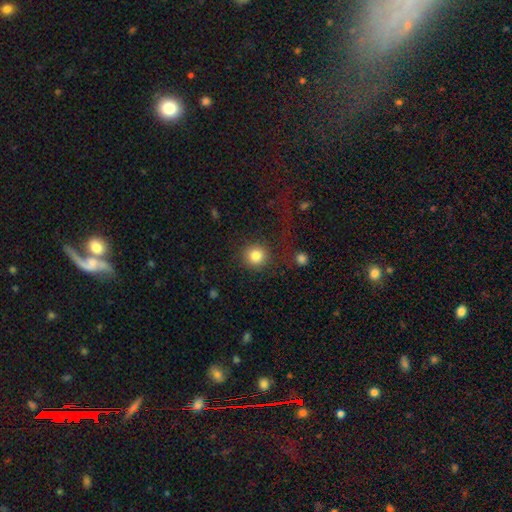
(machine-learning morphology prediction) A smooth galaxy with no disk features (84%) that is round (94%). Merging: none (82%).